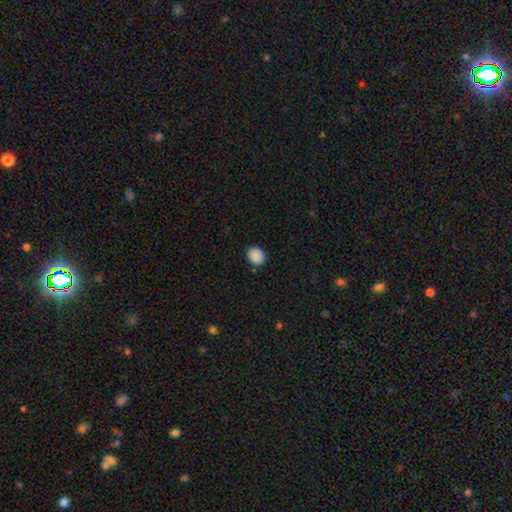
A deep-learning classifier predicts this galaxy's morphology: Smooth or featured? Predicted: smooth (p=0.89). How rounded? Predicted: round (p=0.57). Merging? Predicted: none (p=0.85).